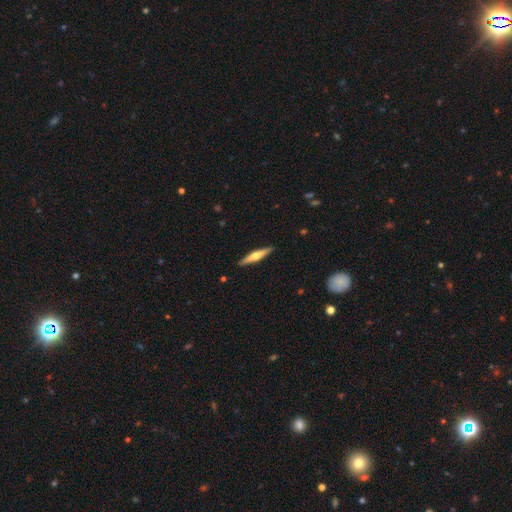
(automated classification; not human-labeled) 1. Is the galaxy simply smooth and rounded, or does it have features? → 59% featured or disk, 36% smooth, 5% star or artifact.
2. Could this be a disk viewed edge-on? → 97% yes, 3% no.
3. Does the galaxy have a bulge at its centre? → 88% rounded, 6% none, 5% boxy.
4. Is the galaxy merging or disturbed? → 91% none, 7% minor disturbance, 1% major disturbance, 1% merger.